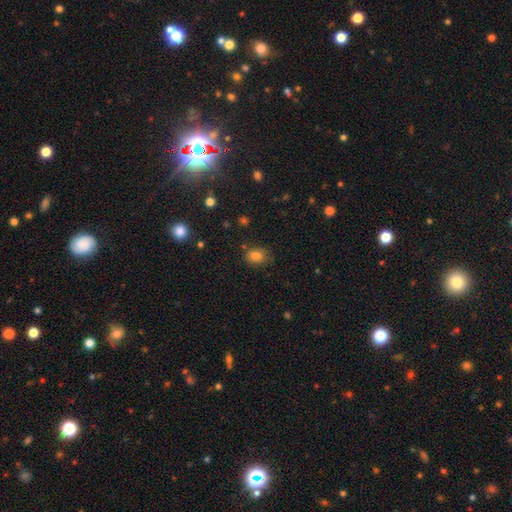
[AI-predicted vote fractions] smooth 81%, star or artifact 12%, featured or disk 7%. Down the decision tree: how rounded — in between (58%); merging — none (74%).